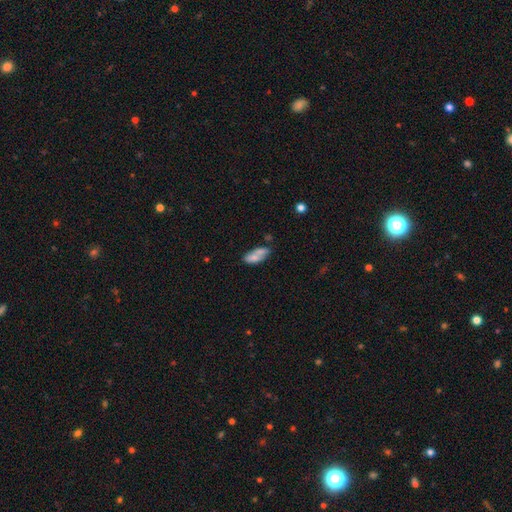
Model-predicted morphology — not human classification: This is likely a smooth galaxy (65%). How rounded: clearly in between (83%). Merging: possibly none (47%).